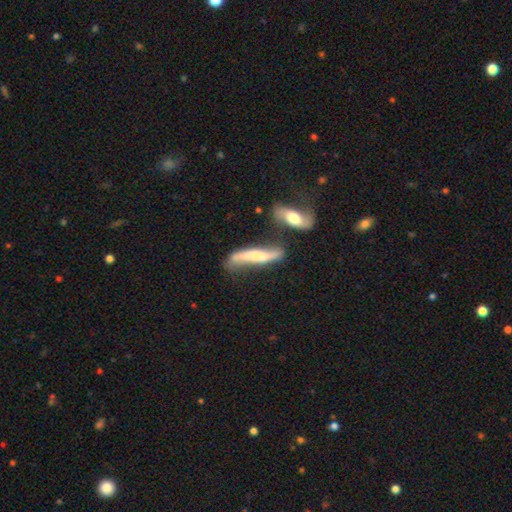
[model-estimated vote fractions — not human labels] A featured or disk galaxy (57%) viewed edge-on (53%).

Vote fractions:
- Smooth or featured? featured or disk: 57% / smooth: 37% / star or artifact: 7%
- Edge-on disk? yes: 53% / no: 47%
- Merging? none: 41% / merger: 25% / minor disturbance: 22% / major disturbance: 12%